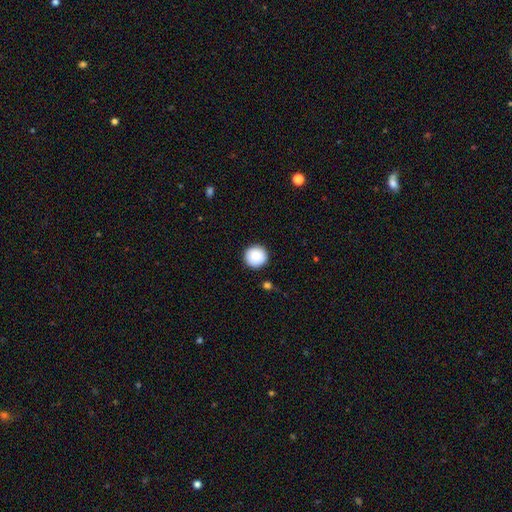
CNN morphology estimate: A smooth galaxy with no disk features (86%) that is round (95%). Merging: none (91%).